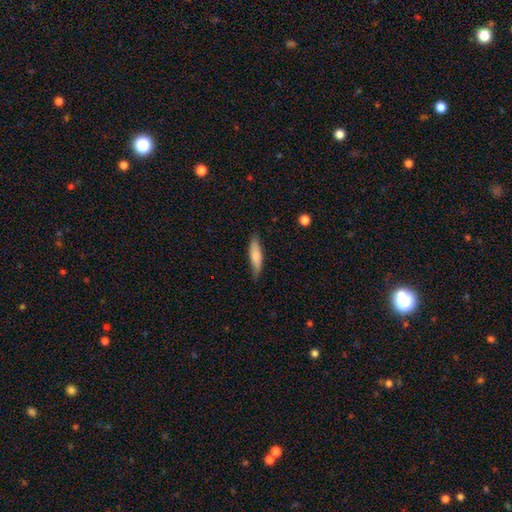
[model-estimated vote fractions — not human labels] This is likely a smooth galaxy (77%). How rounded: likely cigar-shaped (68%). Merging: likely none (79%).